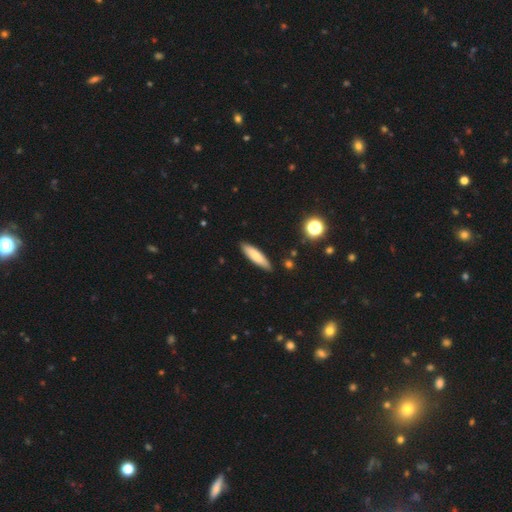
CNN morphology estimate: smooth 81%, featured or disk 13%, star or artifact 6%. Down the decision tree: how rounded — cigar-shaped (71%); merging — none (88%).